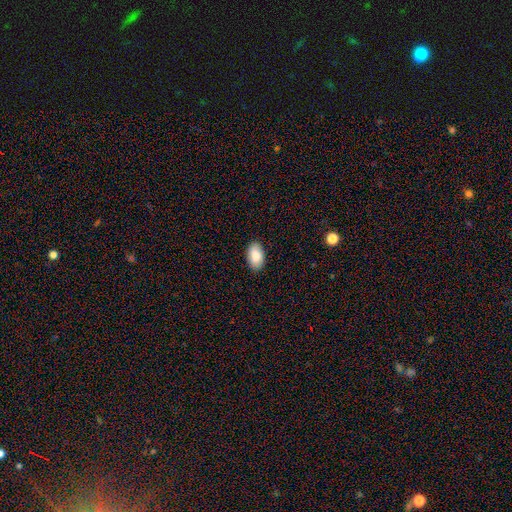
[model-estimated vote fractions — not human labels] Smooth or featured: smooth — 87% (featured or disk — 7%)
How rounded: in between — 95% (round — 4%)
Merging: none — 89% (minor disturbance — 8%)